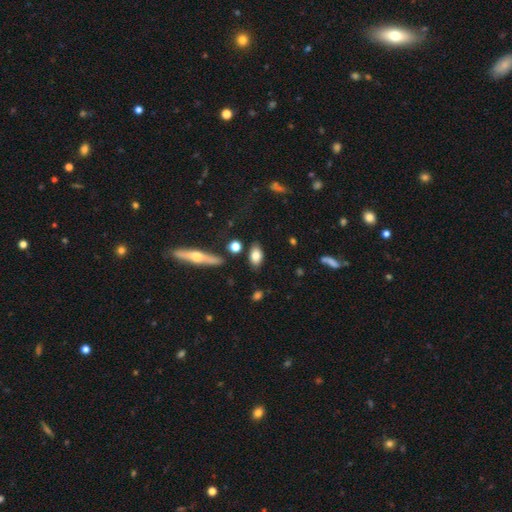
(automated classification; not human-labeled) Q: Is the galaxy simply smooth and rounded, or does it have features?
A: smooth — 77%.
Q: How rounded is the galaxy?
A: in between — 87%.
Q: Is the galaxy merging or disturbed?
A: none — 81%.